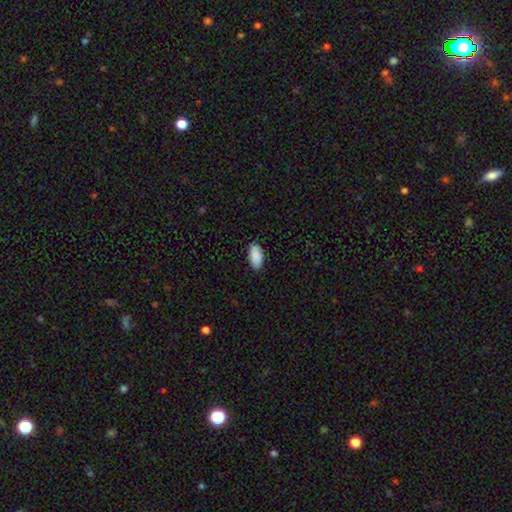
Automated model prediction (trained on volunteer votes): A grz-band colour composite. It shows a smooth galaxy with no disk features (91%) that is in between round and cigar-shaped (95%). Merging: none (88%).